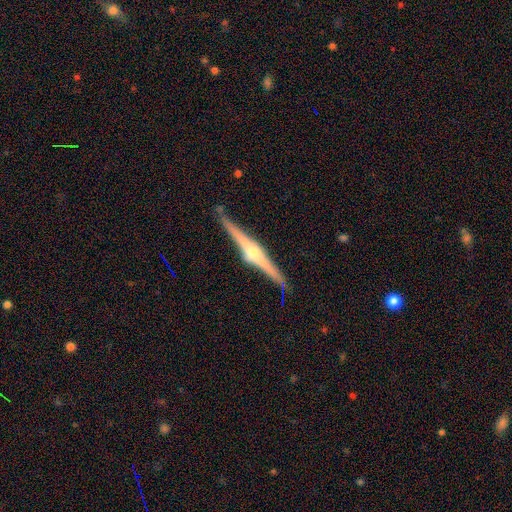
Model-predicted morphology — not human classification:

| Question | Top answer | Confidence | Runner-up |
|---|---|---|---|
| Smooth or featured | featured or disk | 82% | smooth (13%) |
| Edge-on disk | yes | 98% | no (2%) |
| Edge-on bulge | rounded | 89% | boxy (6%) |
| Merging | none | 87% | minor disturbance (10%) |